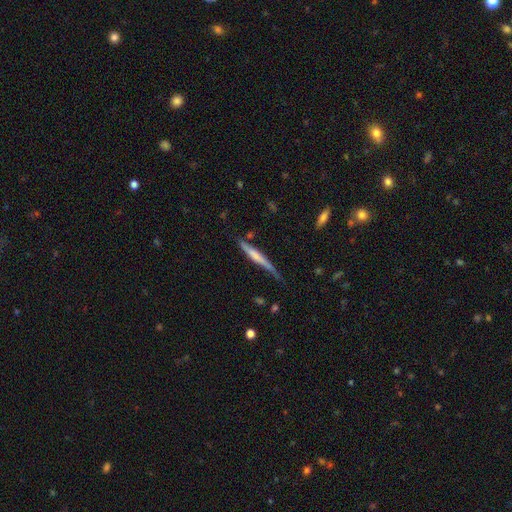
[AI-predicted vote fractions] featured or disk 48%, smooth 47%, star or artifact 6%. Down the decision tree: merging — none (59%).